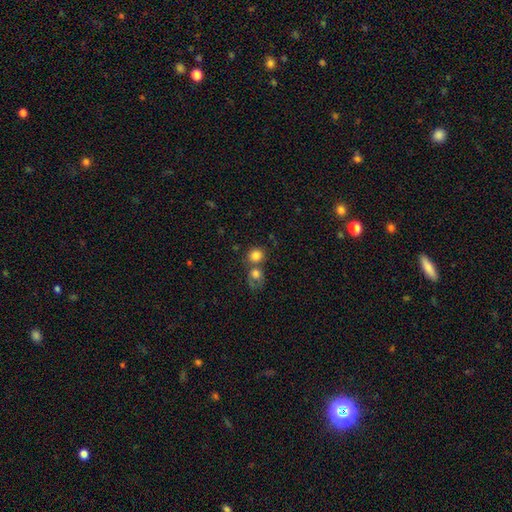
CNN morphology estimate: Smooth or featured?
  - smooth: 82% *
  - star or artifact: 10%
  - featured or disk: 8%
How rounded?
  - round: 85% *
  - in between: 14%
  - cigar-shaped: 1%
Merging?
  - none: 51% *
  - merger: 38%
  - minor disturbance: 8%
  - major disturbance: 4%